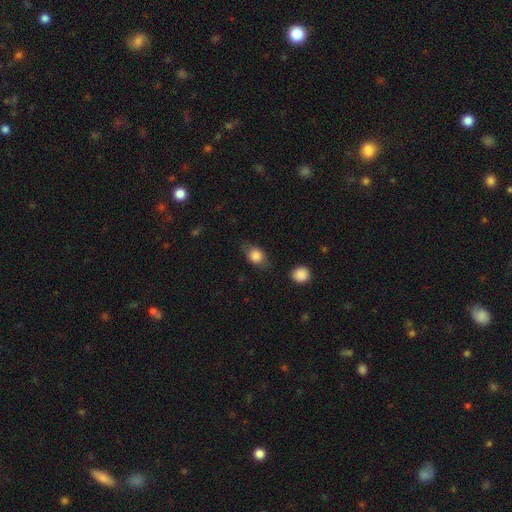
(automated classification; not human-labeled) Smooth or featured? Predicted: smooth (p=0.79). How rounded? Predicted: in between (p=0.61). Merging? Predicted: none (p=0.67).